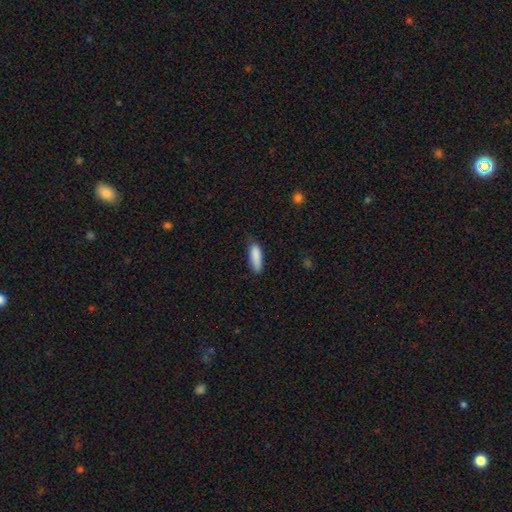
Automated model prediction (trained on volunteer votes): A smooth galaxy with no disk features (88%) that is cigar-shaped (50%). Merging: none (71%).